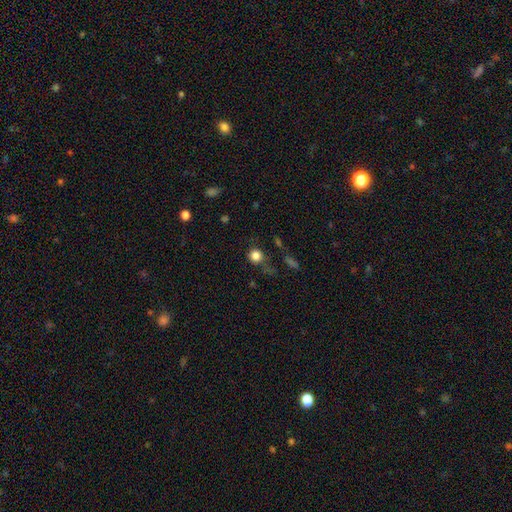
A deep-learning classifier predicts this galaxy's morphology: smooth_or_featured: smooth (p=0.81) [alt: star or artifact p=0.13]
how_rounded: round (p=0.89) [alt: in between p=0.10]
merging: none (p=0.71) [alt: minor disturbance p=0.16]